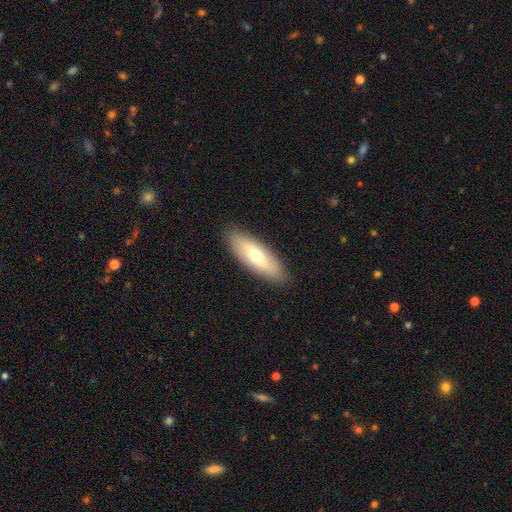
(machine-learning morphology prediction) The model was most divided on "how rounded": in between: 60%, cigar-shaped: 38%, round: 2%. More confident: merging — none (89%); smooth or featured — smooth (62%).